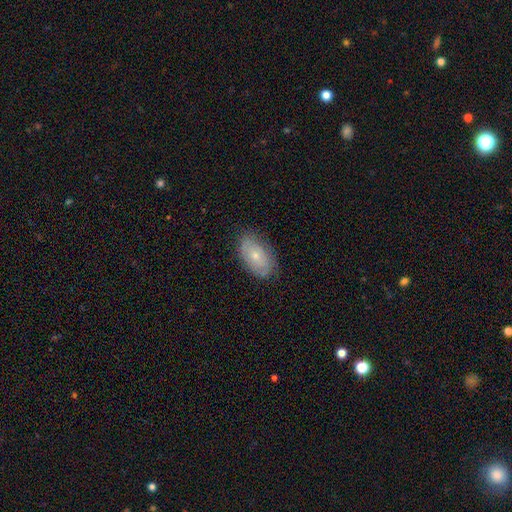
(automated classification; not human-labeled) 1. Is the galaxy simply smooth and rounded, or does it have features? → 51% smooth, 41% featured or disk, 7% star or artifact.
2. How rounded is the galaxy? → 92% in between, 6% round, 2% cigar-shaped.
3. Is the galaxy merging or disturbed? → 78% none, 17% minor disturbance, 4% major disturbance, 1% merger.